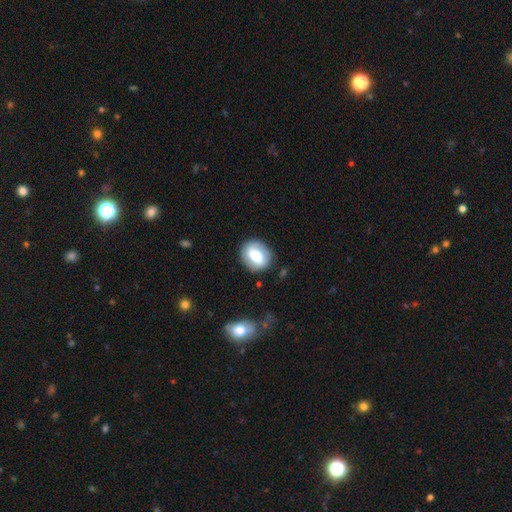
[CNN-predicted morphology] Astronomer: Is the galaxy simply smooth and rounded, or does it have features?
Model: smooth — 53% (runner-up: featured or disk, 39%).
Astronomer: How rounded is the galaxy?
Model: round — 68%.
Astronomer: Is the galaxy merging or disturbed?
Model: none — 83%.